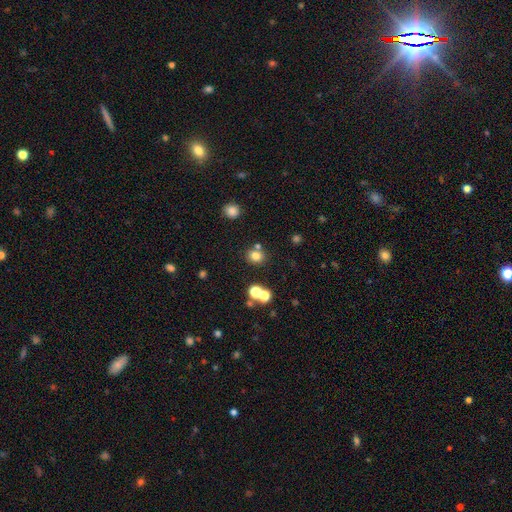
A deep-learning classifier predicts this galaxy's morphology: Overall: smooth (75%). How rounded: round (76%). Merging: none (71%).